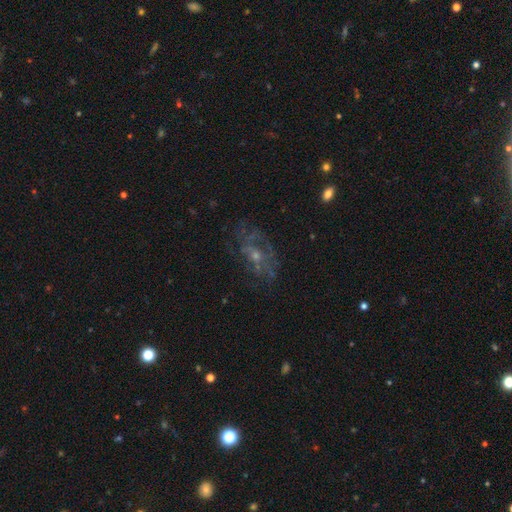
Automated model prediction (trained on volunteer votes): Smooth or featured? Predicted: featured or disk (p=0.63). Edge-on disk? Predicted: no (p=0.94). Bar? Predicted: no (p=0.74). Spiral arms? Predicted: no (p=0.50, tied with yes). Bulge size? Predicted: small (p=0.55). Merging? Predicted: none (p=0.59).